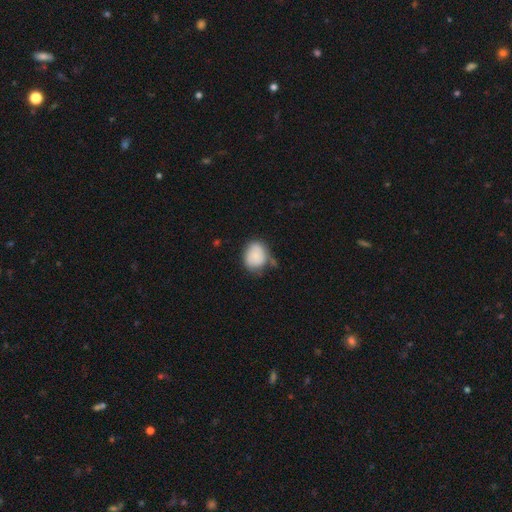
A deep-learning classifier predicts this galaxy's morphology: smooth-or-featured: smooth: 81% | featured or disk: 12% | star or artifact: 7%
  how-rounded: round: 55% | in between: 44% | cigar-shaped: 1%
  merging: none: 52% | minor disturbance: 31% | merger: 9% | major disturbance: 9%